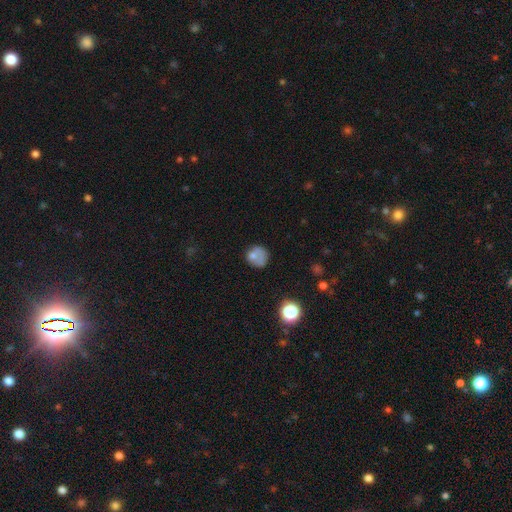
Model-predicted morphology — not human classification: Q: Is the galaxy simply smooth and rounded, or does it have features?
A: smooth — 68%.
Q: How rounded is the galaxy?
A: round — 82%.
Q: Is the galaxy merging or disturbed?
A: none — 52%.